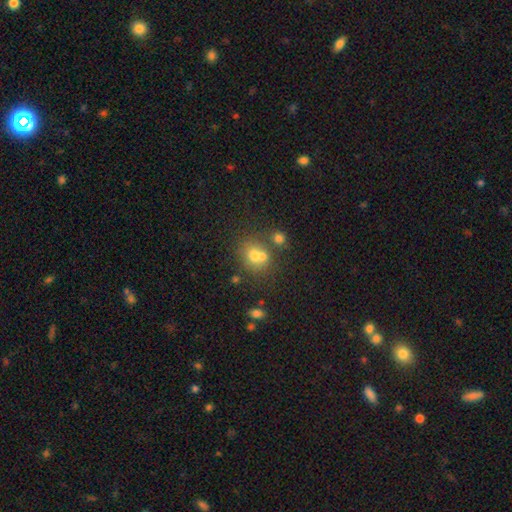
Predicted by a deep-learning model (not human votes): Smooth or featured?
  - smooth: 68% *
  - featured or disk: 17%
  - star or artifact: 15%
How rounded?
  - round: 70% *
  - in between: 29%
  - cigar-shaped: 1%
Merging?
  - merger: 45% *
  - none: 42%
  - minor disturbance: 9%
  - major disturbance: 4%